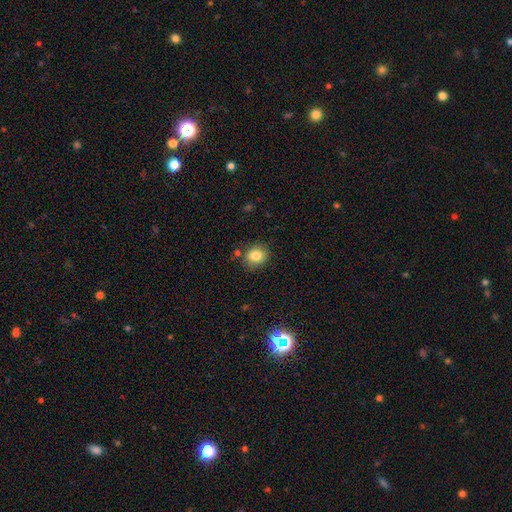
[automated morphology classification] This appears to be a smooth galaxy with no disk features (83%) that is round (70%). Merging: none (81%).